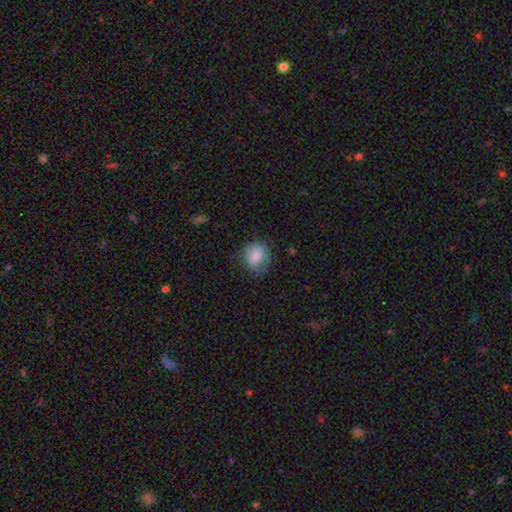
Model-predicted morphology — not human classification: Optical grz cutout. It shows a smooth galaxy with no disk features (83%) that is round (76%). Merging: none (68%).